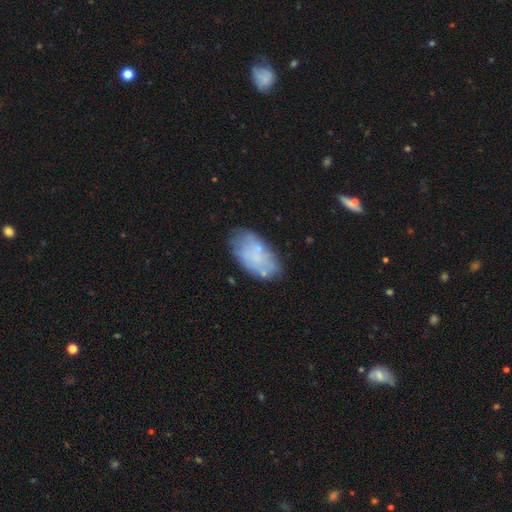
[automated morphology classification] A smooth galaxy with no disk features (57%) that is in between round and cigar-shaped (94%).

Vote fractions:
- Smooth or featured? smooth: 57% / featured or disk: 34% / star or artifact: 9%
- How rounded? in between: 94% / round: 4% / cigar-shaped: 2%
- Merging? none: 63% / minor disturbance: 23% / major disturbance: 9% / merger: 6%